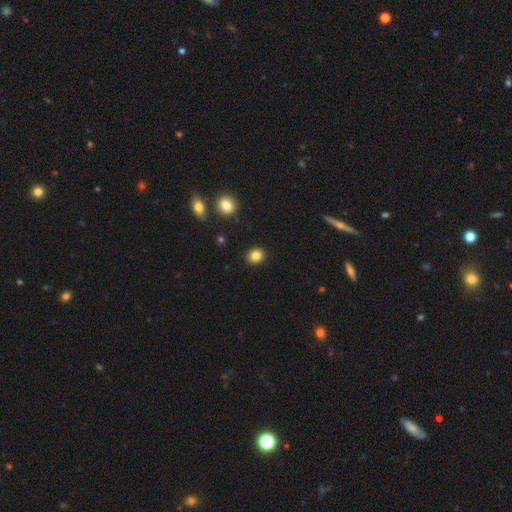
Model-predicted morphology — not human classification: Smooth or featured?
  - smooth: 84% *
  - star or artifact: 10%
  - featured or disk: 6%
How rounded?
  - round: 62% *
  - in between: 37%
  - cigar-shaped: 1%
Merging?
  - none: 90% *
  - minor disturbance: 7%
  - major disturbance: 2%
  - merger: 1%